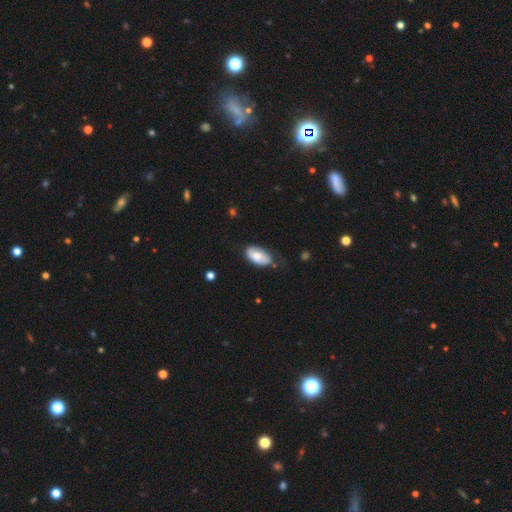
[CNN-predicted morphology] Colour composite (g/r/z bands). It shows a smooth galaxy with no disk features (75%) that is in between round and cigar-shaped (94%). Merging: none (62%).